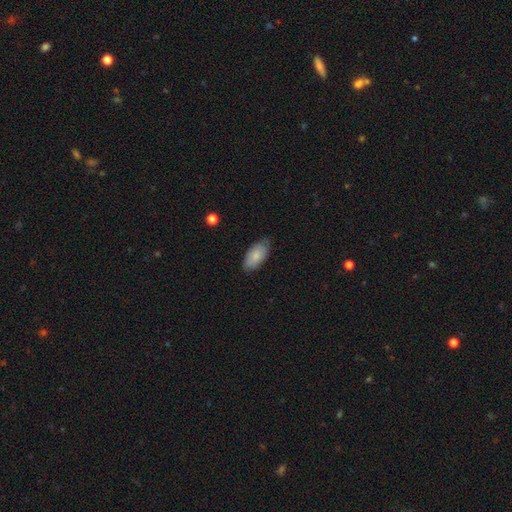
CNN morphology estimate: This is clearly a smooth galaxy (81%). How rounded: clearly in between (93%). Merging: likely none (75%).